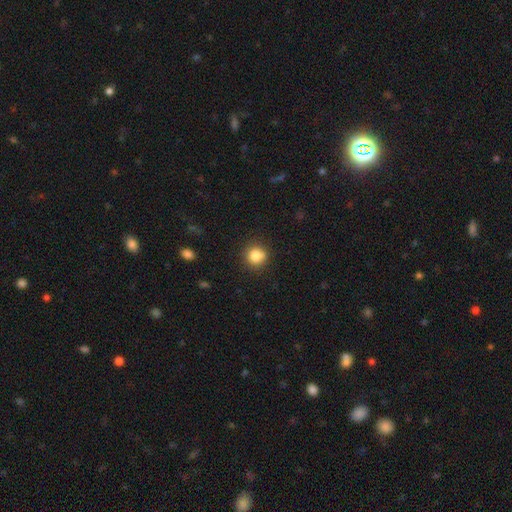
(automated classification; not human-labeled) smooth_or_featured: smooth (p=0.84) [alt: star or artifact p=0.11]
how_rounded: round (p=0.88) [alt: in between p=0.11]
merging: none (p=0.83) [alt: minor disturbance p=0.12]